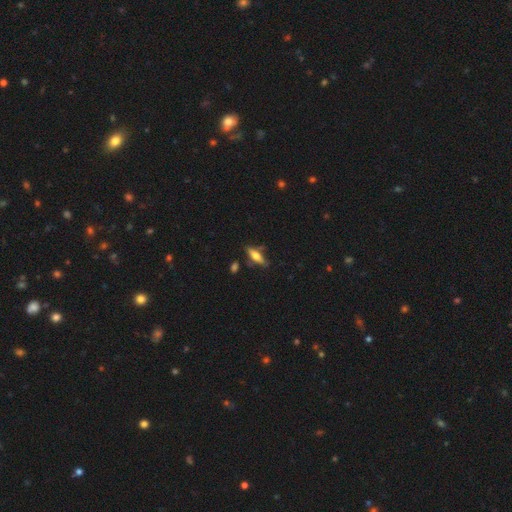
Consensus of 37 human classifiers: Smooth or featured? smooth (54%)
How rounded? cigar-shaped (60%)
Merging? none (59%)